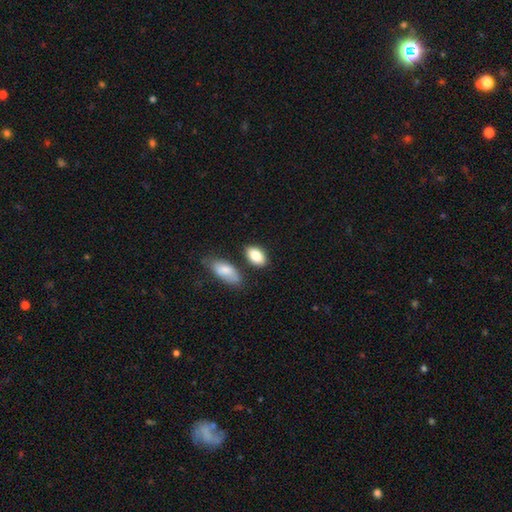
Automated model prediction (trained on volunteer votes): smooth-or-featured: smooth: 85% | featured or disk: 8% | star or artifact: 7%
  how-rounded: in between: 90% | round: 7% | cigar-shaped: 3%
  merging: none: 76% | minor disturbance: 12% | merger: 9% | major disturbance: 3%